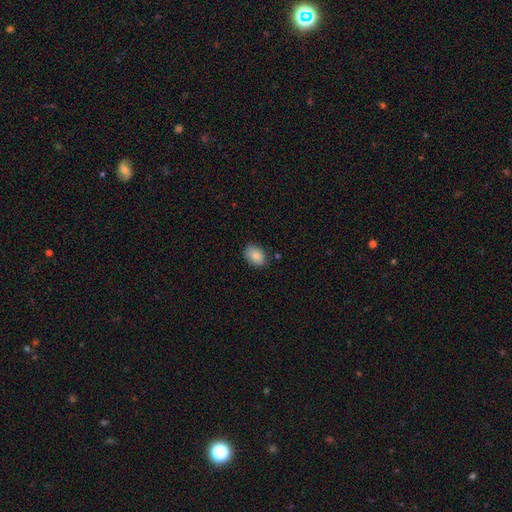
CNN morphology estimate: Q: Smooth or featured?
A: smooth (86%); runner-up: star or artifact (7%)
Q: How rounded?
A: in between (80%); runner-up: round (19%)
Q: Merging?
A: none (82%); runner-up: minor disturbance (14%)